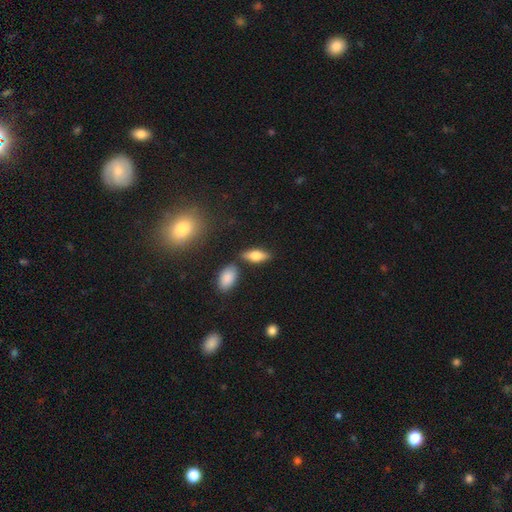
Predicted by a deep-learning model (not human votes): Smooth or featured? smooth (62%)
How rounded? in between (72%)
Merging? none (78%)